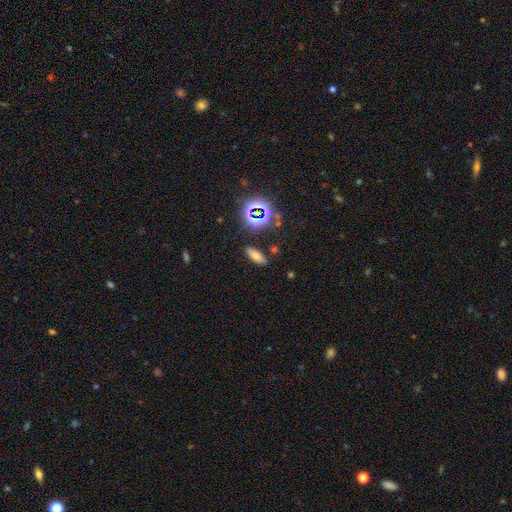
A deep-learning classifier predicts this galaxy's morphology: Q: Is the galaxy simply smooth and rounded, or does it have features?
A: smooth — 64%.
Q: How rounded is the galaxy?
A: in between — 64%.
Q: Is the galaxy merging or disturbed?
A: none — 84%.